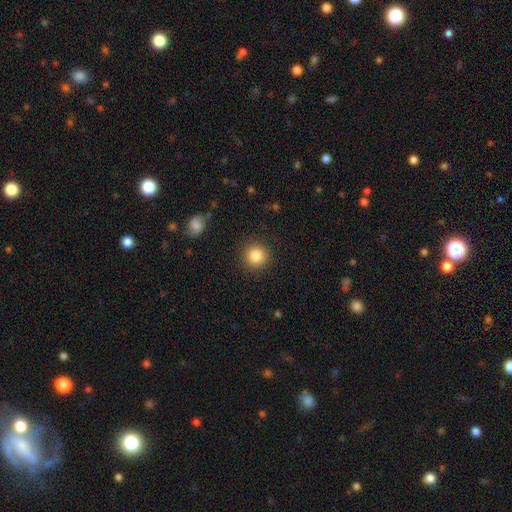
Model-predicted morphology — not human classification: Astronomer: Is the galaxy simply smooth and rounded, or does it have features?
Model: smooth — 85%.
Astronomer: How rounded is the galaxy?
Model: round — 93%.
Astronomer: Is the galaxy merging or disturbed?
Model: none — 89%.